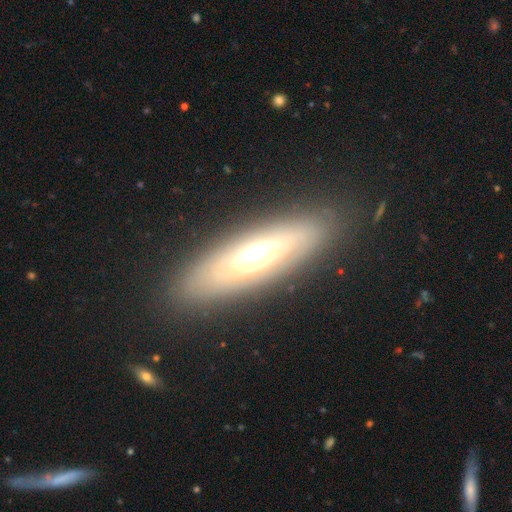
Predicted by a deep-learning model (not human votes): Smooth or featured? Predicted: featured or disk (p=0.52). Edge-on disk? Predicted: yes (p=0.59). Merging? Predicted: none (p=0.85).